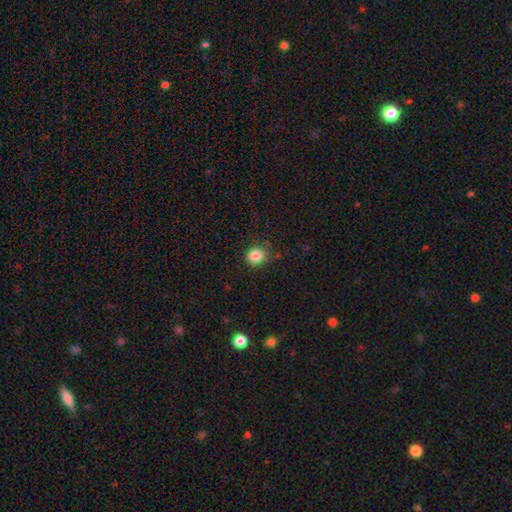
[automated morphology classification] This appears to be a smooth galaxy with no disk features (84%) that is round (80%). Merging: none (74%).